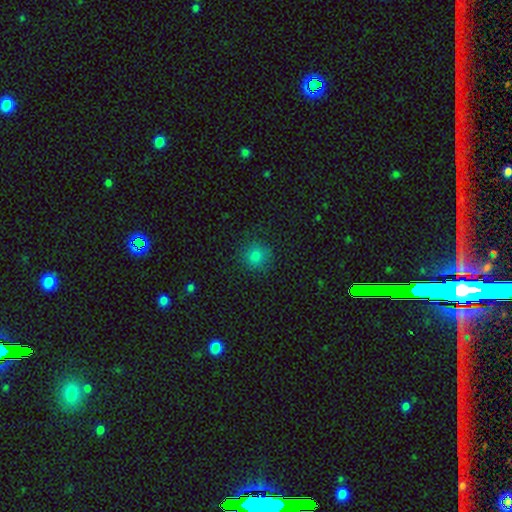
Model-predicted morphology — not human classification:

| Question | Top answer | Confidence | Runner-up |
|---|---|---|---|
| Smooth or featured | smooth | 81% | star or artifact (14%) |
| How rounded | round | 91% | in between (8%) |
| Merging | none | 88% | minor disturbance (8%) |